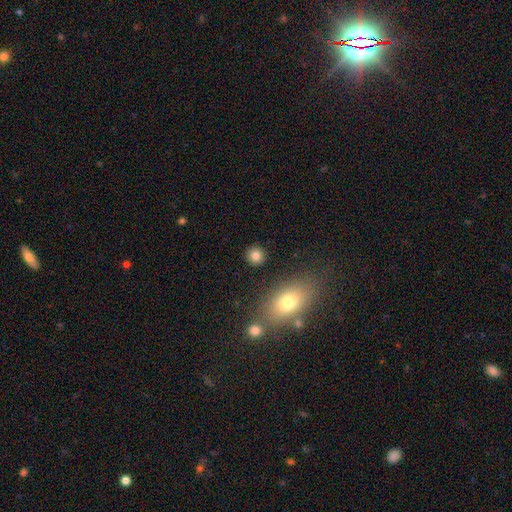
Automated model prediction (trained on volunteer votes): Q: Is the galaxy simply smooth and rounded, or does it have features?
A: smooth — 83%.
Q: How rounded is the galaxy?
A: round — 90%.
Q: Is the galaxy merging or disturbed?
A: none — 89%.